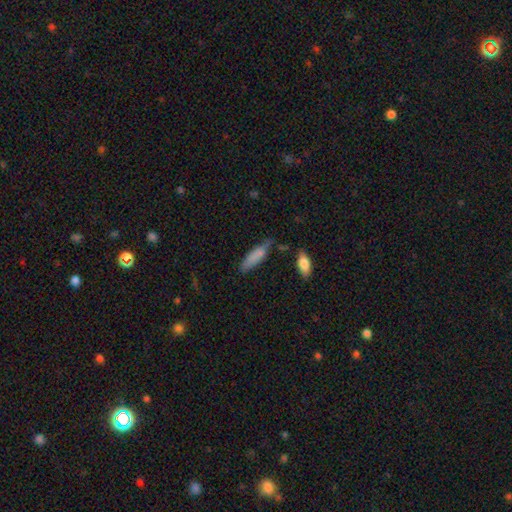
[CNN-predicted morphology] Smooth or featured? Predicted: smooth (p=0.79). How rounded? Predicted: cigar-shaped (p=0.62). Merging? Predicted: none (p=0.59).